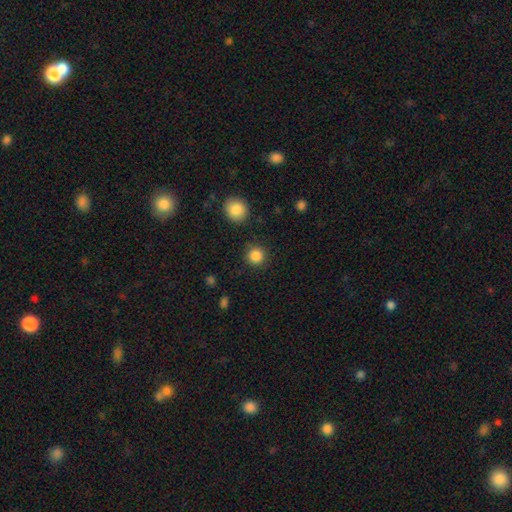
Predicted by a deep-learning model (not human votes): A smooth galaxy with no disk features (86%) that is round (95%). Merging: none (89%).